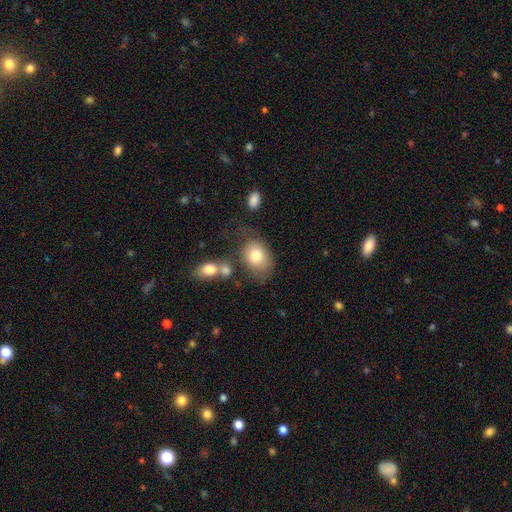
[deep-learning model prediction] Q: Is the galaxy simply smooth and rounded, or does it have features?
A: smooth — 76%.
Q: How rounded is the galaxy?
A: in between — 68%.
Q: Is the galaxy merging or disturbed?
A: none — 52%.